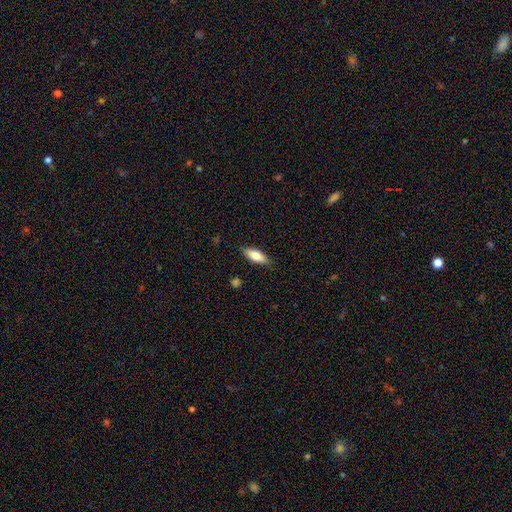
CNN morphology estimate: Smooth or featured? Predicted: smooth (p=0.75). How rounded? Predicted: in between (p=0.68). Merging? Predicted: none (p=0.86).